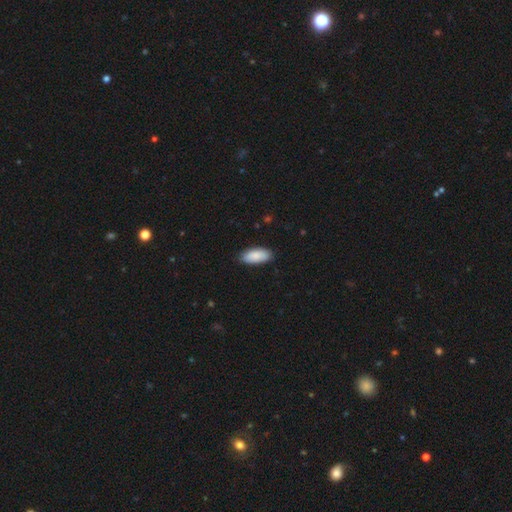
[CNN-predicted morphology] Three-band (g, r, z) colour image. It shows a smooth galaxy with no disk features (88%) that is in between round and cigar-shaped (89%). Merging: none (84%).